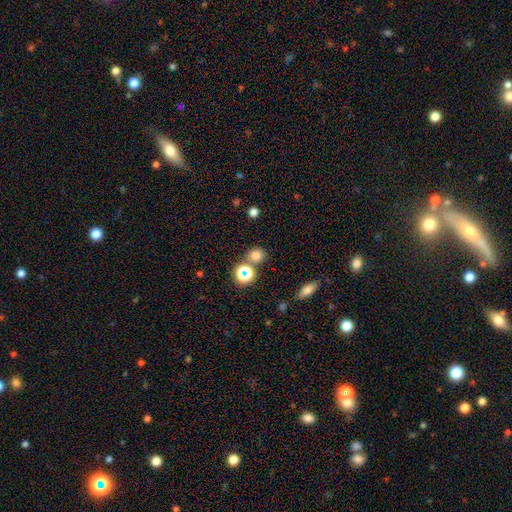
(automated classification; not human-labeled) Q: Smooth or featured?
A: smooth (73%); runner-up: star or artifact (21%)
Q: How rounded?
A: round (84%); runner-up: in between (14%)
Q: Merging?
A: none (74%); runner-up: merger (14%)